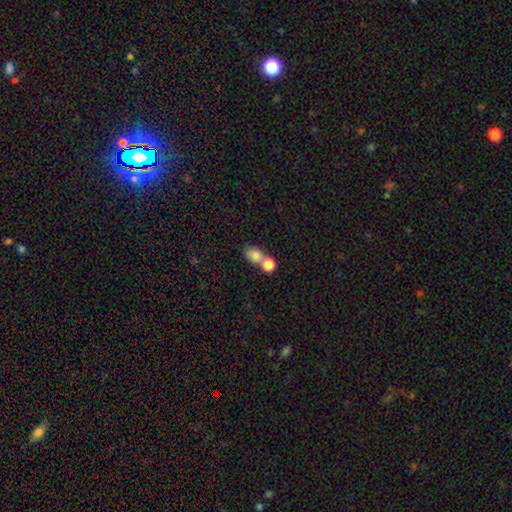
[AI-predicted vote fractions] smooth-or-featured: smooth: 81% | featured or disk: 10% | star or artifact: 9%
  how-rounded: in between: 55% | round: 43% | cigar-shaped: 2%
  merging: merger: 56% | none: 32% | minor disturbance: 7% | major disturbance: 4%